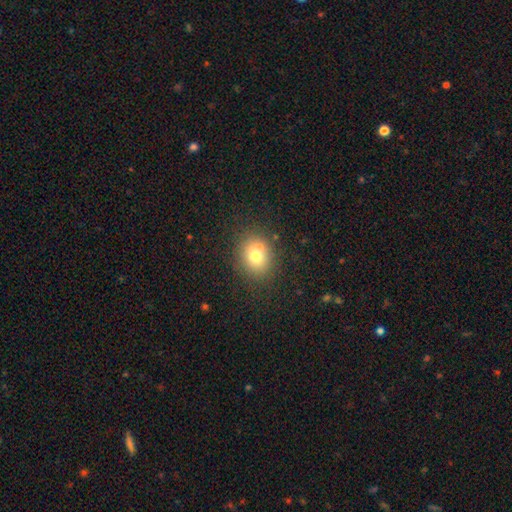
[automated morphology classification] Smooth or featured?
  - smooth: 74% *
  - featured or disk: 13%
  - star or artifact: 12%
How rounded?
  - round: 61% *
  - in between: 38%
  - cigar-shaped: 1%
Merging?
  - none: 79% *
  - minor disturbance: 12%
  - merger: 5%
  - major disturbance: 4%